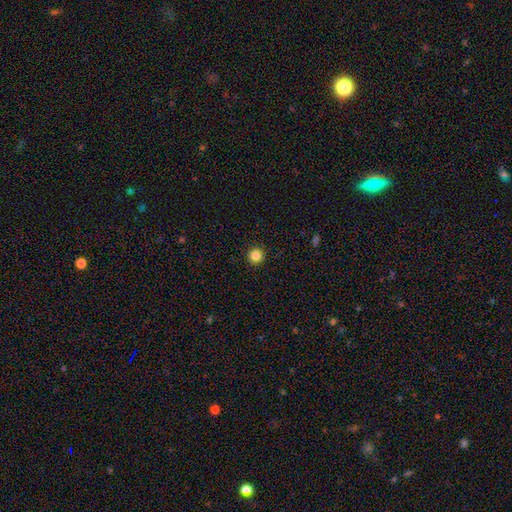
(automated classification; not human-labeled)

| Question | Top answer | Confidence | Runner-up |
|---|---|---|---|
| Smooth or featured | smooth | 84% | star or artifact (12%) |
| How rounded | round | 96% | in between (3%) |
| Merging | none | 94% | minor disturbance (4%) |